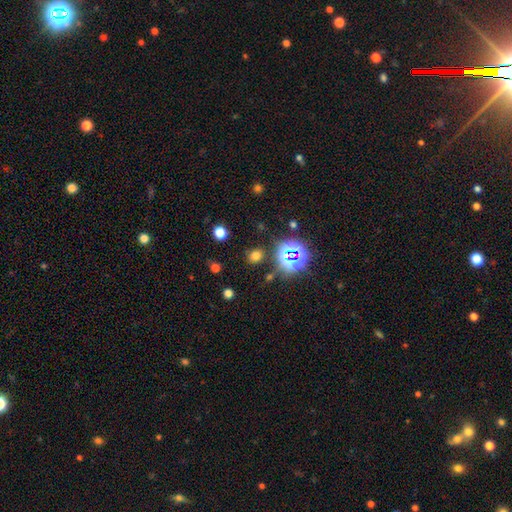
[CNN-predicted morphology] Smooth or featured? smooth (64%)
How rounded? round (73%)
Merging? none (84%)